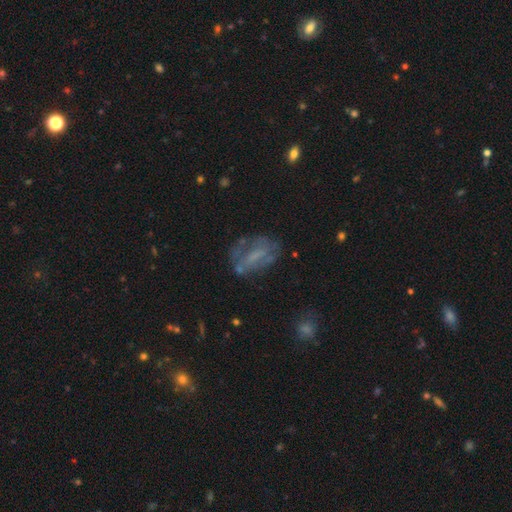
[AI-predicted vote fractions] The model was most divided on "smooth or featured": featured or disk: 50%, smooth: 37%, star or artifact: 13%. More confident: edge-on disk — no (93%); merging — none (53%).